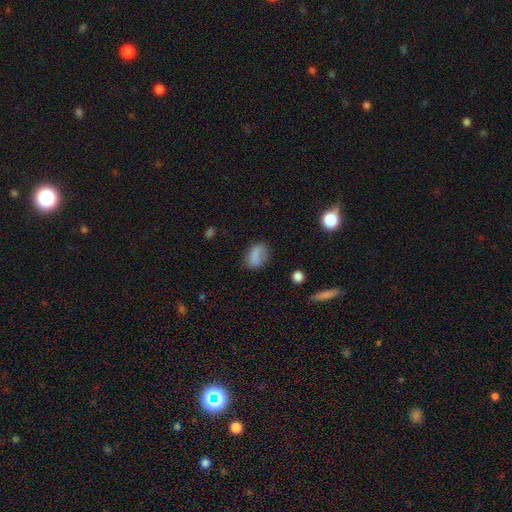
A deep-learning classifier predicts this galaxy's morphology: Smooth or featured: smooth — 79% (featured or disk — 11%)
How rounded: in between — 76% (round — 22%)
Merging: none — 63% (minor disturbance — 24%)